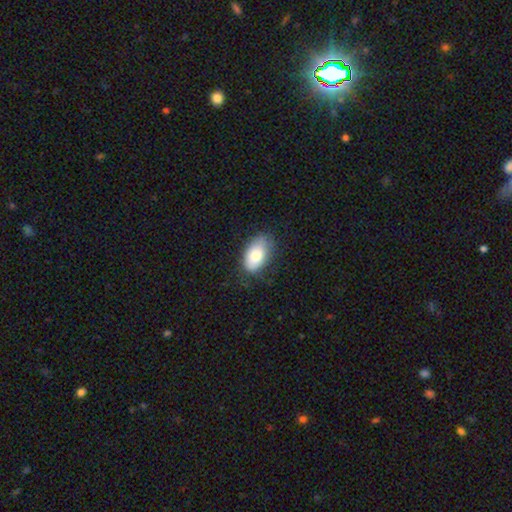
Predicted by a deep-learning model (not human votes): A smooth galaxy with no disk features (79%) that is in between round and cigar-shaped (93%). Merging: none (73%).